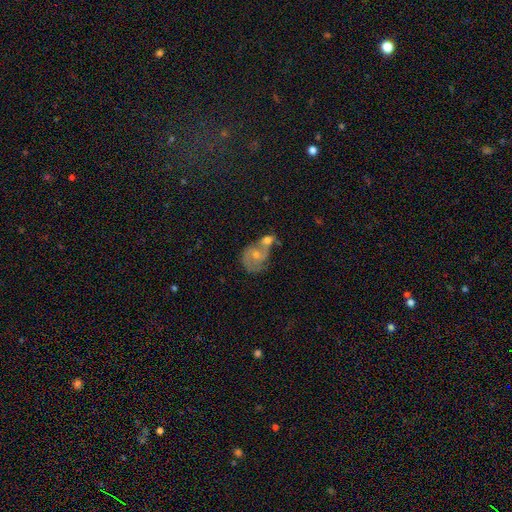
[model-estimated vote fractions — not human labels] This appears to be a featured or disk galaxy (61%) with no bar (65%), spiral arms (79%) and a moderate central bulge (47%). Merging: merger (59%).